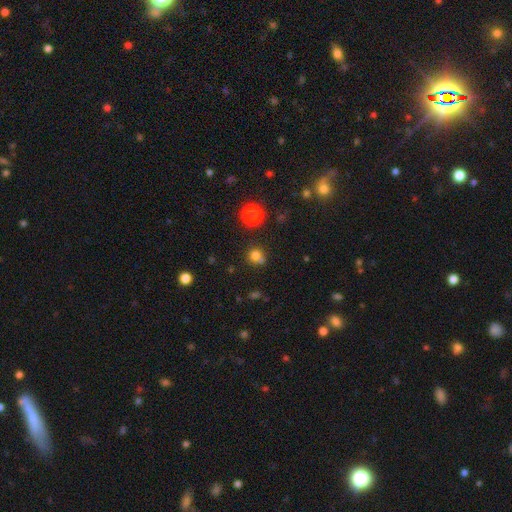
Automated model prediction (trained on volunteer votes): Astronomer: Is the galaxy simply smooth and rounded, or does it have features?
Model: smooth — 74%.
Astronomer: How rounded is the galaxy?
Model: round — 88%.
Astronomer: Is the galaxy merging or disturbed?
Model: none — 61%.